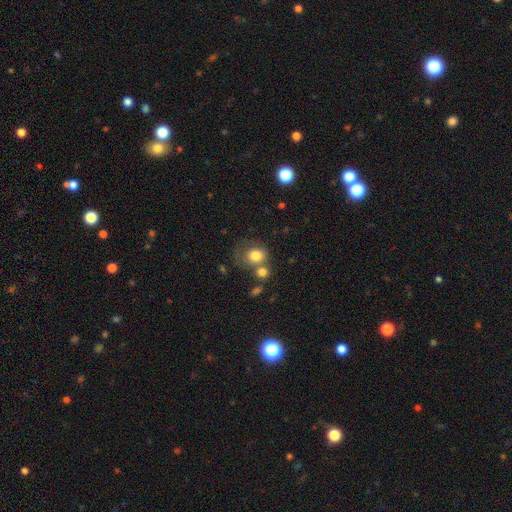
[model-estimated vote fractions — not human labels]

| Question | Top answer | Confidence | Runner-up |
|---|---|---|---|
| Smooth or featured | smooth | 77% | featured or disk (14%) |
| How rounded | round | 67% | in between (32%) |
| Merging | none | 39% | merger (31%) |